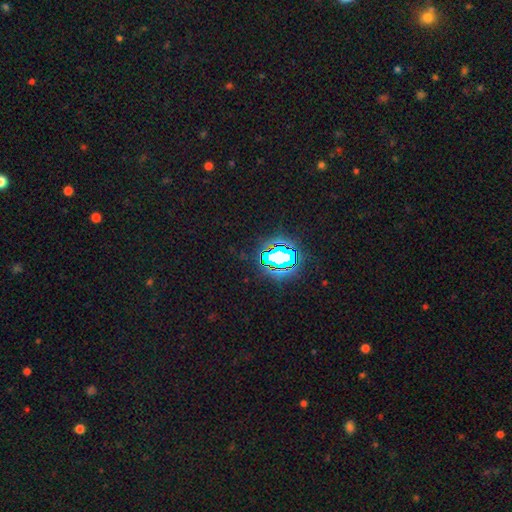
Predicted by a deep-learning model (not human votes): A star or artifact, not a galaxy (79%).